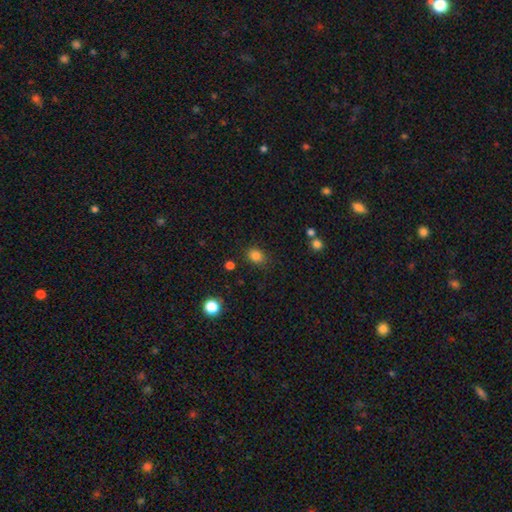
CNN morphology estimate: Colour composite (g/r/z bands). It shows a smooth galaxy with no disk features (83%) that is in between round and cigar-shaped (51%). Merging: none (81%).